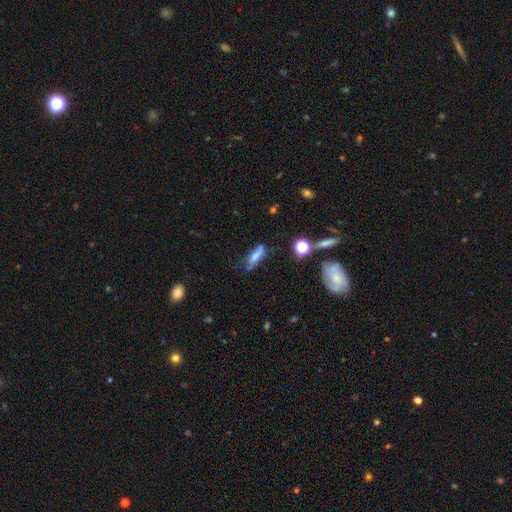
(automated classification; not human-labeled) This appears to be a smooth galaxy with no disk features (52%) that is cigar-shaped (51%). Merging: none (52%).